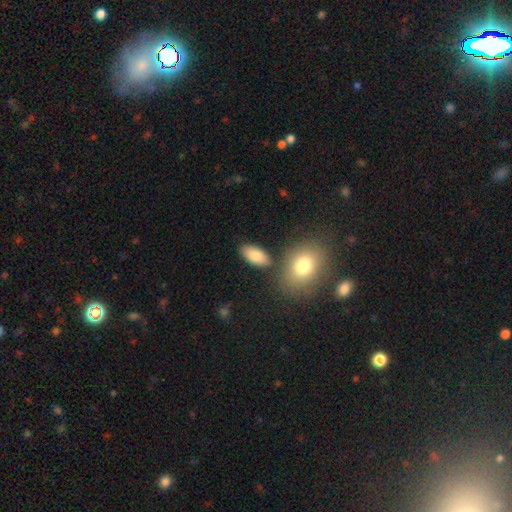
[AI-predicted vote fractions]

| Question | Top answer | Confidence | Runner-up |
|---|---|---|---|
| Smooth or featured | smooth | 84% | featured or disk (9%) |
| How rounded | in between | 92% | cigar-shaped (4%) |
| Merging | none | 77% | minor disturbance (11%) |